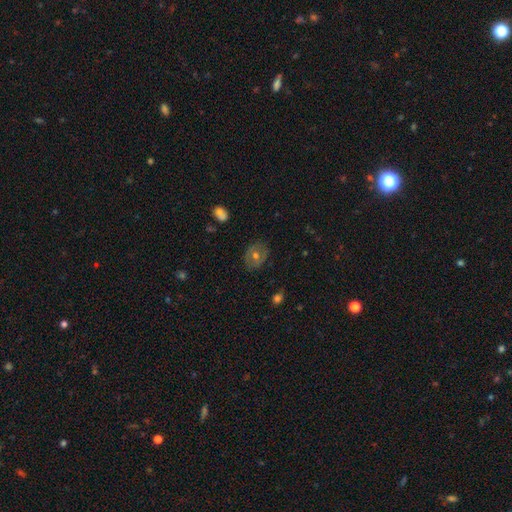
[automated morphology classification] Smooth or featured? Predicted: smooth (p=0.46). Merging? Predicted: none (p=0.81).